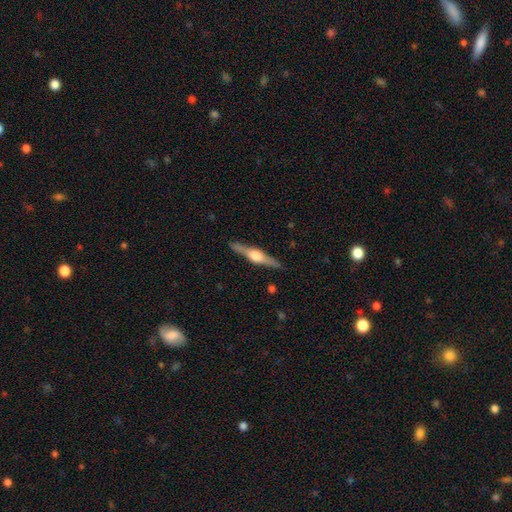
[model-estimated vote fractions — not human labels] Morphology: type=featured or disk (80%); edge-on=yes (98%); edge-on bulge=rounded (92%); merging=none (90%).